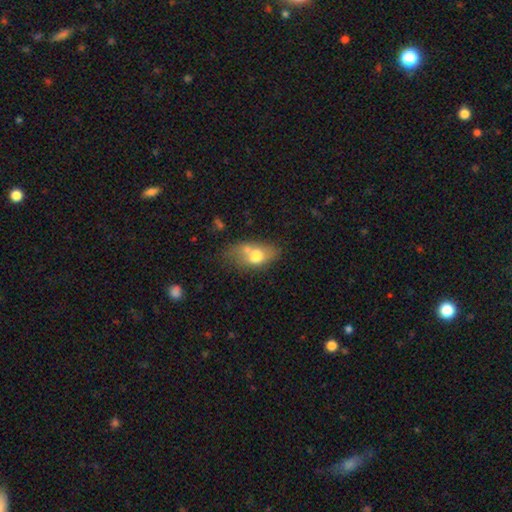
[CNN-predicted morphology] smooth 68%, featured or disk 24%, star or artifact 8%. Down the decision tree: how rounded — in between (83%); merging — none (39%).